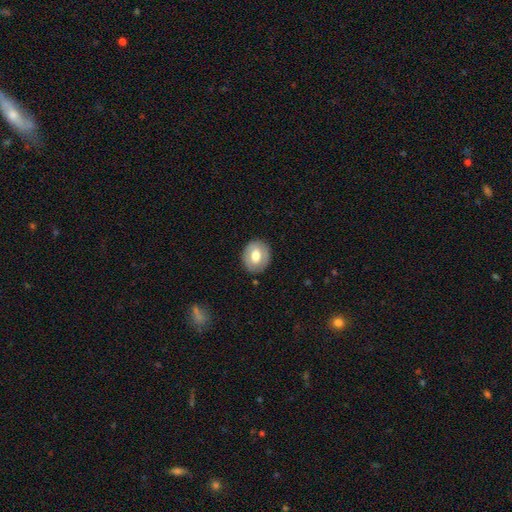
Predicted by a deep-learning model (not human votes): Smooth or featured? Predicted: smooth (p=0.59). How rounded? Predicted: round (p=0.57). Merging? Predicted: none (p=0.85).